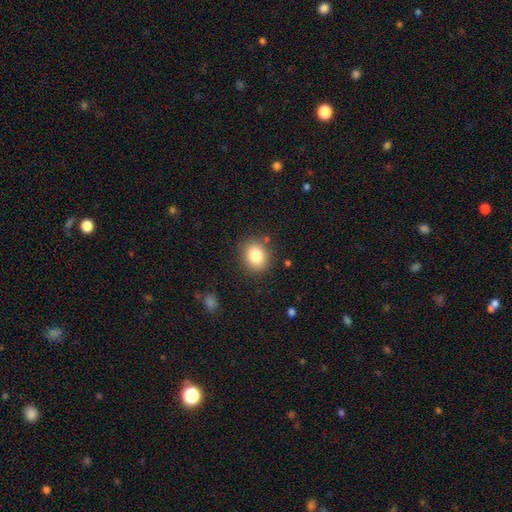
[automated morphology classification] type=smooth (82%); roundness=round (68%); merging=none (85%).